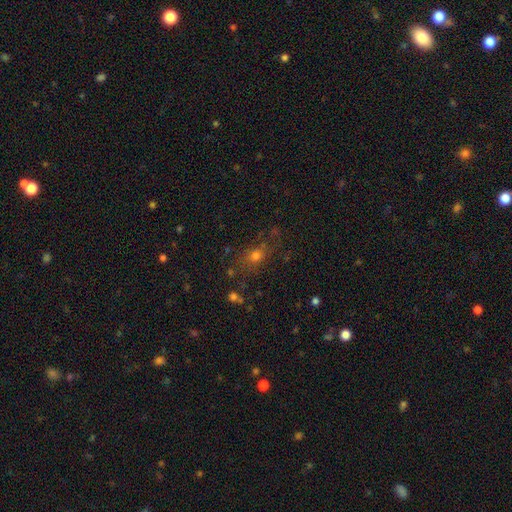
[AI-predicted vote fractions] smooth_or_featured: smooth (p=0.61) [alt: star or artifact p=0.26]
how_rounded: round (p=0.54) [alt: in between p=0.42]
merging: none (p=0.71) [alt: minor disturbance p=0.16]